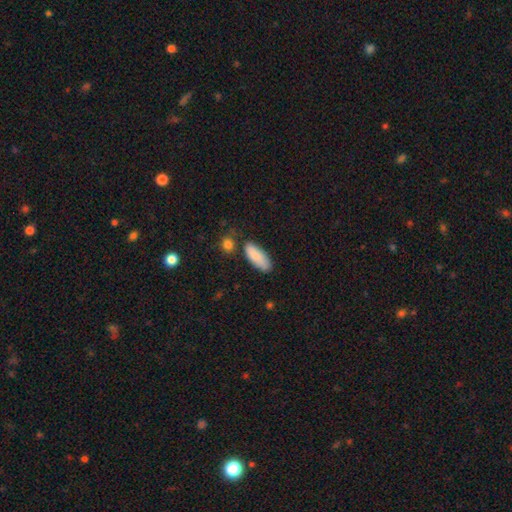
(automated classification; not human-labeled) smooth 83%, featured or disk 11%, star or artifact 6%. Down the decision tree: how rounded — in between (78%); merging — none (70%).